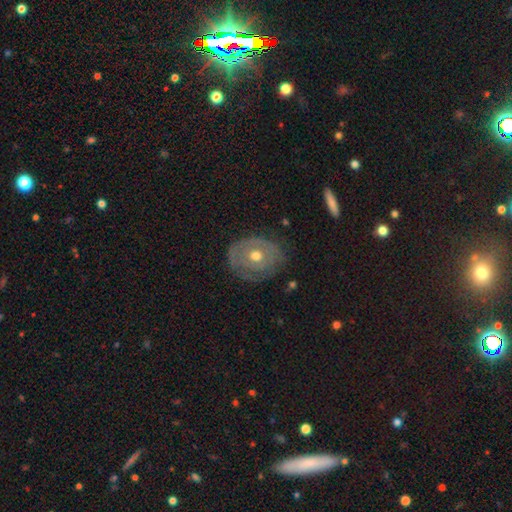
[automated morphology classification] Q: Smooth or featured?
A: featured or disk (66%); runner-up: smooth (26%)
Q: Edge-on disk?
A: no (95%); runner-up: yes (5%)
Q: Bar?
A: no (85%); runner-up: weak (11%)
Q: Spiral arms?
A: no (54%); runner-up: yes (46%)
Q: Bulge size?
A: moderate (75%); runner-up: small (19%)
Q: Merging?
A: none (75%); runner-up: minor disturbance (17%)